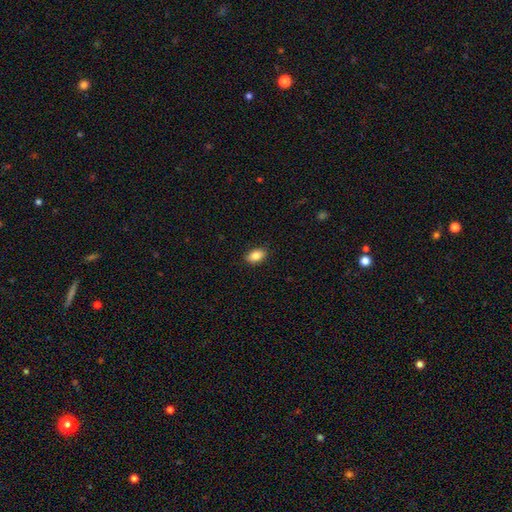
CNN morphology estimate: Smooth or featured: smooth — 85% (star or artifact — 8%)
How rounded: in between — 90% (round — 8%)
Merging: none — 89% (minor disturbance — 8%)